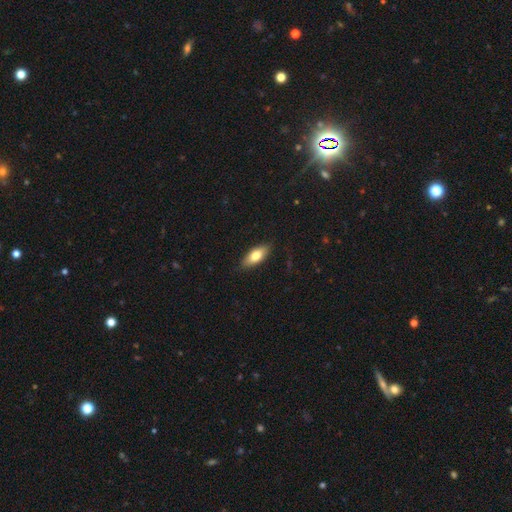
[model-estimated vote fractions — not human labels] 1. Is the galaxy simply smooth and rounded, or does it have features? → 74% smooth, 20% featured or disk, 6% star or artifact.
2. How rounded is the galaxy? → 80% in between, 18% cigar-shaped, 3% round.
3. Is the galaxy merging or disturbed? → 86% none, 11% minor disturbance, 2% major disturbance, 1% merger.